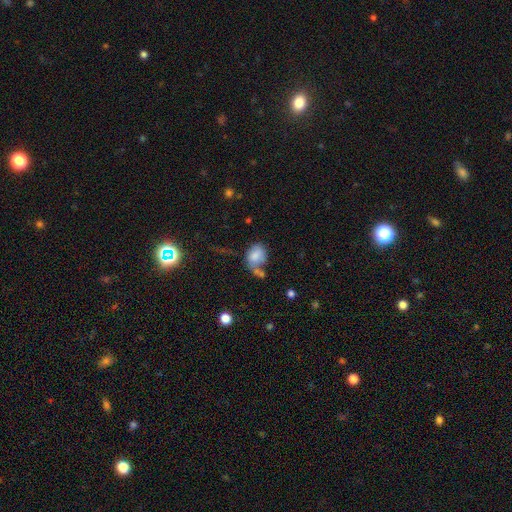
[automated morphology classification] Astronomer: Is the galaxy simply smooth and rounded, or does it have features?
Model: smooth — 75%.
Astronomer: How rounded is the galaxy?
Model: in between — 61% (runner-up: round, 38%).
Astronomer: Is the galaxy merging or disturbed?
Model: none — 35% (runner-up: merger, 26%).